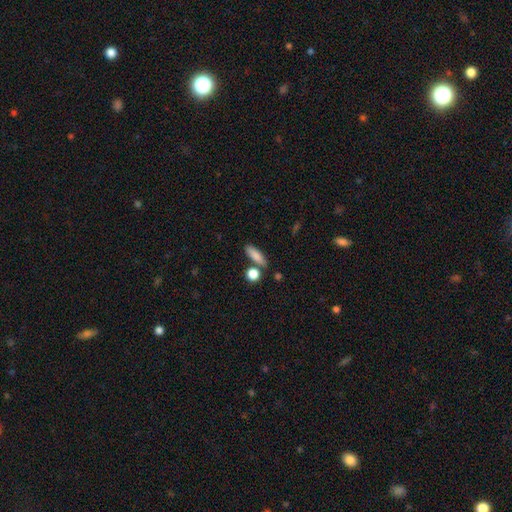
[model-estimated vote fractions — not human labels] The model was most divided on "how rounded": in between: 47%, cigar-shaped: 44%, round: 10%. More confident: smooth or featured — smooth (83%); merging — none (73%).